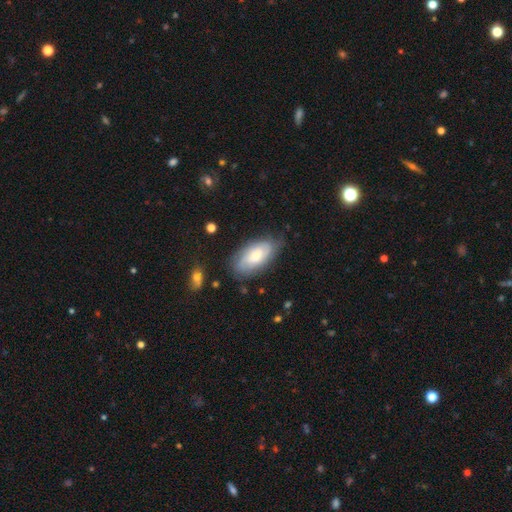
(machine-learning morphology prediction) Smooth or featured? featured or disk (52%)
Edge-on disk? no (91%)
Merging? none (71%)